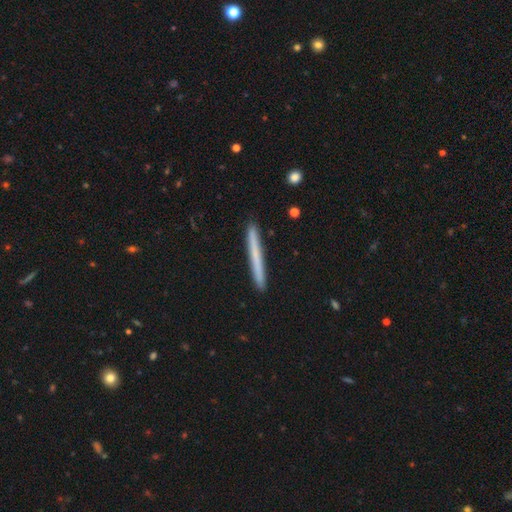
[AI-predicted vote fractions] Smooth or featured? Predicted: smooth (p=0.64). How rounded? Predicted: cigar-shaped (p=0.97). Merging? Predicted: none (p=0.92).